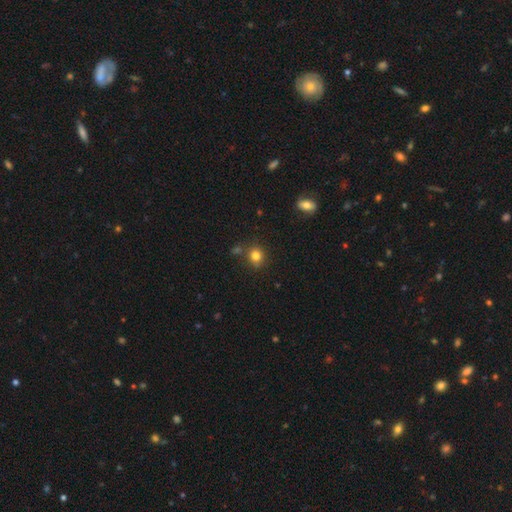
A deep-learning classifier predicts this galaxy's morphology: A smooth galaxy with no disk features (80%) that is round (88%).

Vote fractions:
- Smooth or featured? smooth: 80% / star or artifact: 14% / featured or disk: 6%
- How rounded? round: 88% / in between: 11% / cigar-shaped: 1%
- Merging? none: 78% / minor disturbance: 10% / merger: 8% / major disturbance: 3%